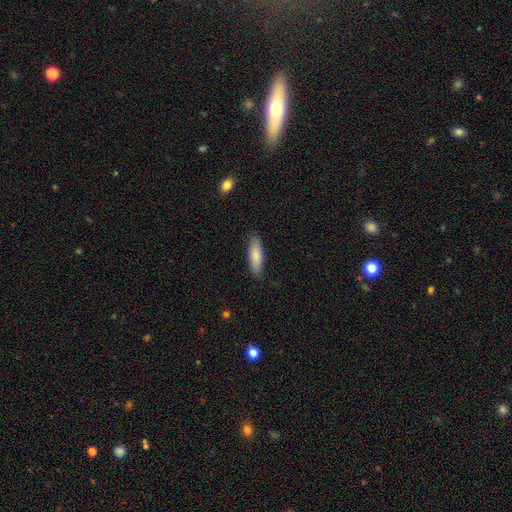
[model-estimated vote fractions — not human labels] A smooth galaxy with no disk features (84%) that is cigar-shaped (49%, tied with in between).

Vote fractions:
- Smooth or featured? smooth: 84% / featured or disk: 10% / star or artifact: 6%
- How rounded? cigar-shaped: 49% (tied) / in between: 49% (tied) / round: 2%
- Merging? none: 87% / minor disturbance: 10% / major disturbance: 2% / merger: 1%